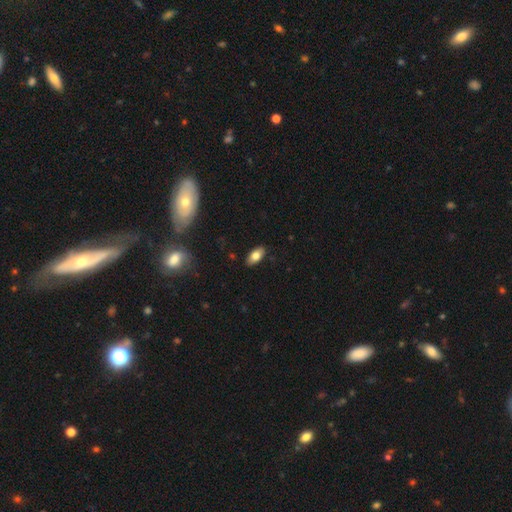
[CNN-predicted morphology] Smooth or featured?
  - smooth: 77% *
  - featured or disk: 15%
  - star or artifact: 8%
How rounded?
  - in between: 90% *
  - cigar-shaped: 6%
  - round: 3%
Merging?
  - none: 88% *
  - minor disturbance: 9%
  - major disturbance: 2%
  - merger: 1%